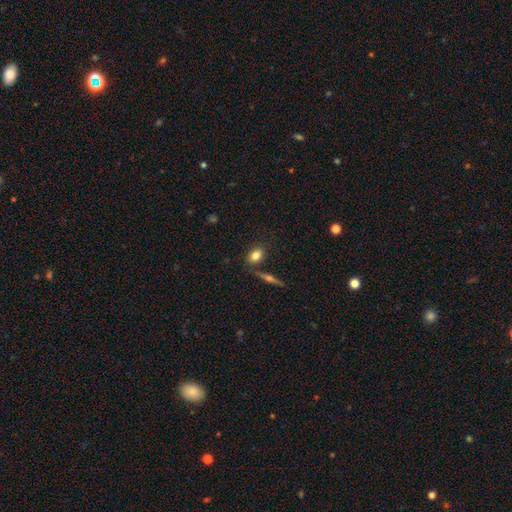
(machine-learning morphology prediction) Smooth or featured?
  - smooth: 78% *
  - featured or disk: 14%
  - star or artifact: 8%
How rounded?
  - in between: 73% *
  - round: 23%
  - cigar-shaped: 5%
Merging?
  - none: 75% *
  - minor disturbance: 12%
  - merger: 10%
  - major disturbance: 3%